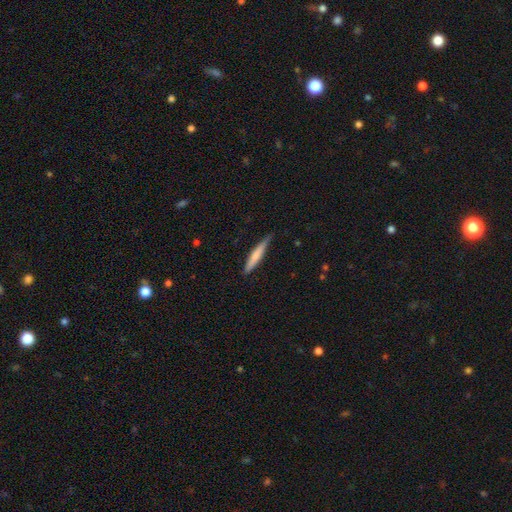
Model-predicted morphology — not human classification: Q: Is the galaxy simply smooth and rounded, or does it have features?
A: smooth — 65%.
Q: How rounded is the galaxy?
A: cigar-shaped — 92%.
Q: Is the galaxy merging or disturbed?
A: none — 77%.